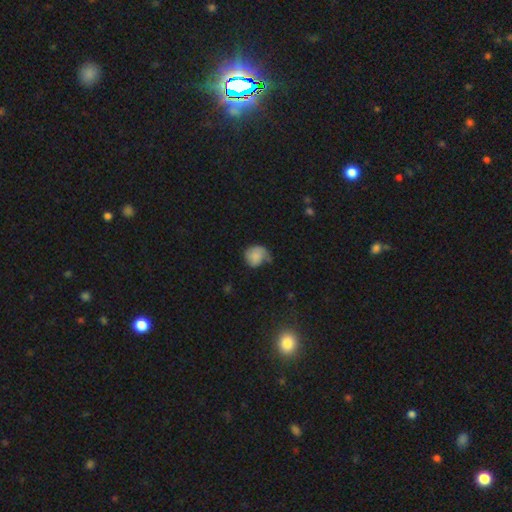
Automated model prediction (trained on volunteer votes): smooth 75%, featured or disk 17%, star or artifact 8%. Down the decision tree: how rounded — round (74%); merging — none (44%).